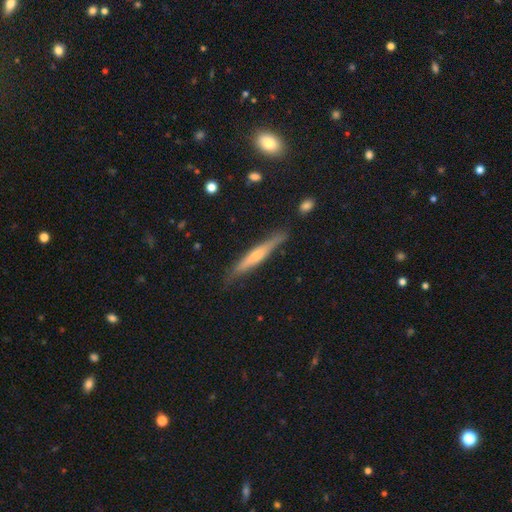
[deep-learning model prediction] Smooth or featured? Predicted: featured or disk (p=0.54). Edge-on disk? Predicted: yes (p=0.95). Edge-on bulge? Predicted: rounded (p=0.59). Merging? Predicted: none (p=0.82).